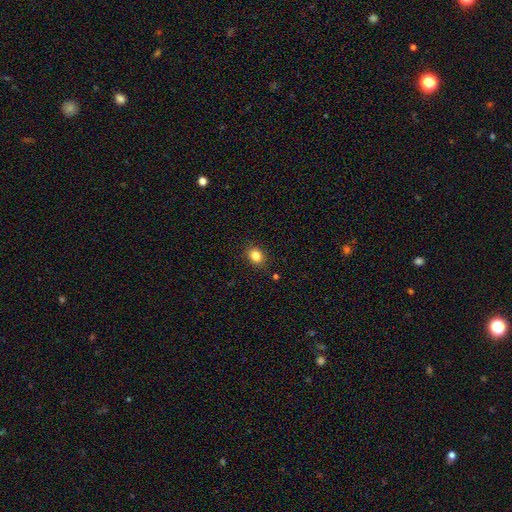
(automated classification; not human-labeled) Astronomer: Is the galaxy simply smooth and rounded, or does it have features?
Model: smooth — 83%.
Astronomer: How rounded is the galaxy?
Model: round — 52% (runner-up: in between, 47%).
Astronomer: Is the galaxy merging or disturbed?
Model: none — 88%.